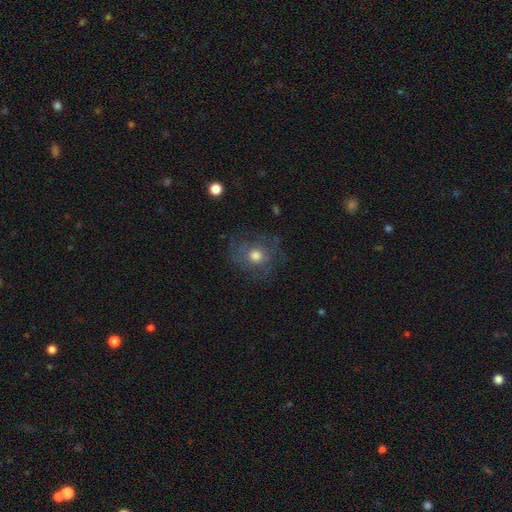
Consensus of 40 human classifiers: Smooth or featured? 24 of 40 (60%) said featured or disk. Edge-on disk? 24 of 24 (100%) said no. Bar? 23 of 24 (96%) said no. Spiral arms? 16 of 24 (67%) said yes. Spiral winding? 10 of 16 (62%) said tight. Spiral arm count? 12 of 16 (75%) said can't tell. Bulge size? 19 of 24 (79%) said moderate. Merging? 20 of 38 (53%) said none.